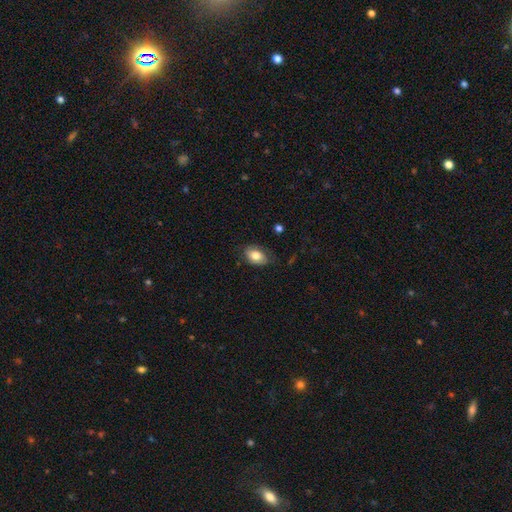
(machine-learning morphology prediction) Overall: smooth (76%). How rounded: in between (86%). Merging: none (70%).